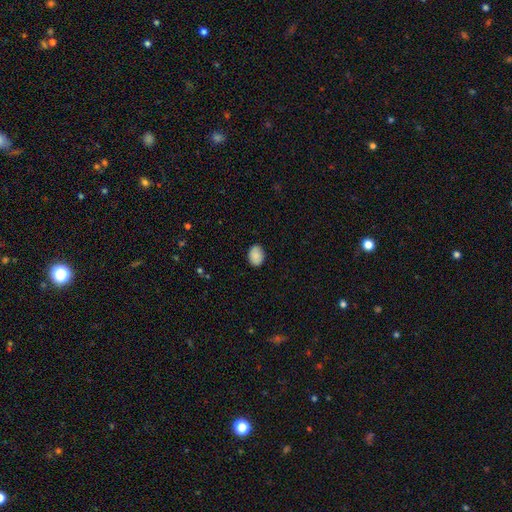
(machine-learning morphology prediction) Smooth or featured?
  - smooth: 88% *
  - star or artifact: 7%
  - featured or disk: 5%
How rounded?
  - in between: 76% *
  - round: 23%
  - cigar-shaped: 1%
Merging?
  - none: 86% *
  - minor disturbance: 11%
  - major disturbance: 2%
  - merger: 1%